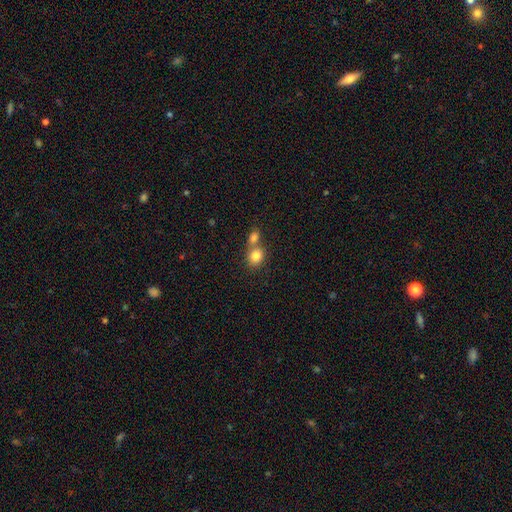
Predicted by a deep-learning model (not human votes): A smooth galaxy with no disk features (82%) that is round (72%).

Vote fractions:
- Smooth or featured? smooth: 82% / star or artifact: 10% / featured or disk: 8%
- How rounded? round: 72% / in between: 27% / cigar-shaped: 1%
- Merging? merger: 50% / none: 41% / minor disturbance: 7% / major disturbance: 3%